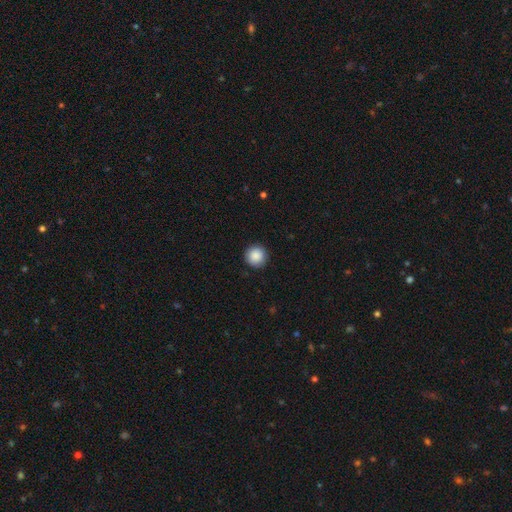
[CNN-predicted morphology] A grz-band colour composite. It shows a smooth galaxy with no disk features (89%) that is round (96%). Merging: none (92%).